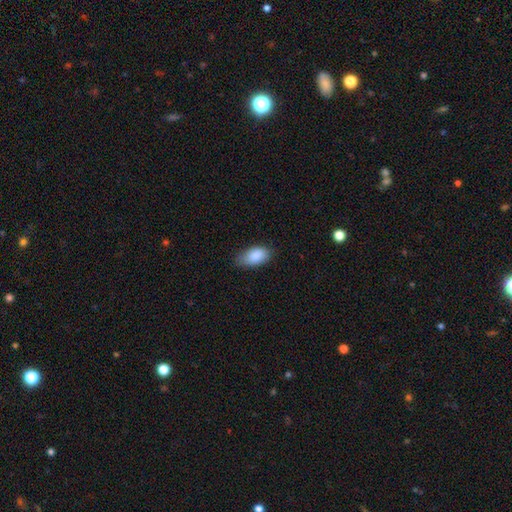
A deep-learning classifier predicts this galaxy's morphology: smooth 88%, star or artifact 7%, featured or disk 6%. Down the decision tree: how rounded — in between (93%); merging — none (73%).